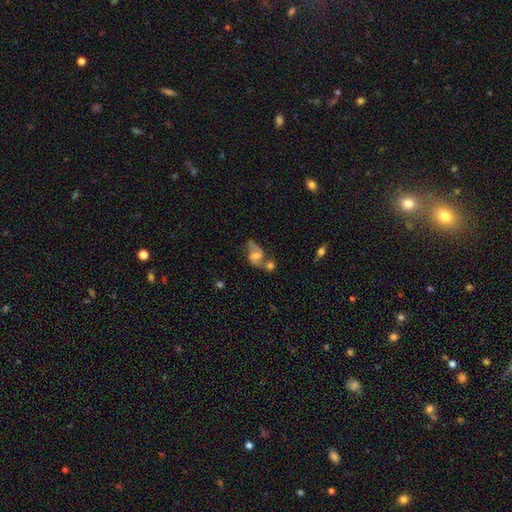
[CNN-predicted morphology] This appears to be a featured or disk galaxy (71%) with a weak bar (45%), 2 (86%) loose (54%) spiral arms (90%) and a moderate central bulge (43%). Merging: none (37%).